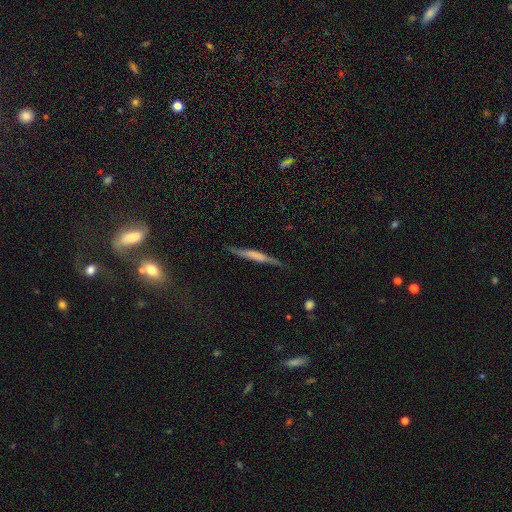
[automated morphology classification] Overall: featured or disk (50%; smooth 43%). Edge-on disk: yes (91%). Merging: none (77%).